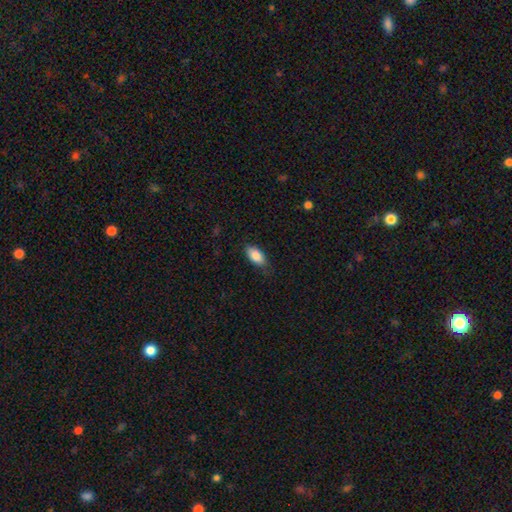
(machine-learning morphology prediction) Smooth or featured?
  - smooth: 85% *
  - featured or disk: 8%
  - star or artifact: 7%
How rounded?
  - in between: 91% *
  - cigar-shaped: 5%
  - round: 3%
Merging?
  - none: 77% *
  - minor disturbance: 19%
  - major disturbance: 3%
  - merger: 1%